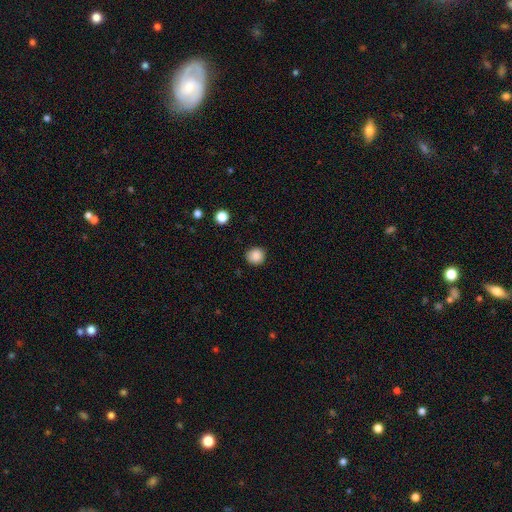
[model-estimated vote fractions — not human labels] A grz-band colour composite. It shows a smooth galaxy with no disk features (87%) that is round (92%). Merging: none (90%).